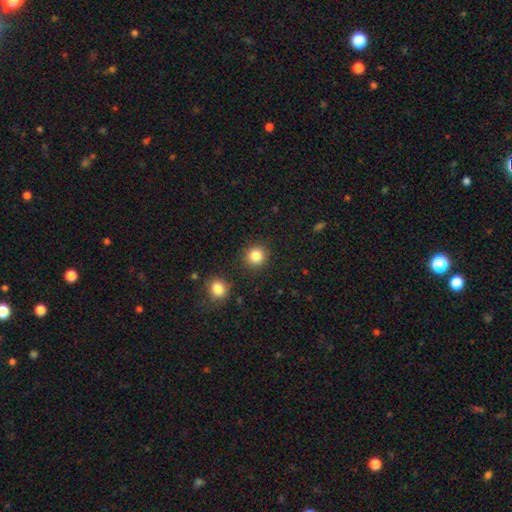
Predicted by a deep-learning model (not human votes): Smooth or featured: smooth — 85% (star or artifact — 10%)
How rounded: round — 91% (in between — 8%)
Merging: none — 89% (minor disturbance — 6%)